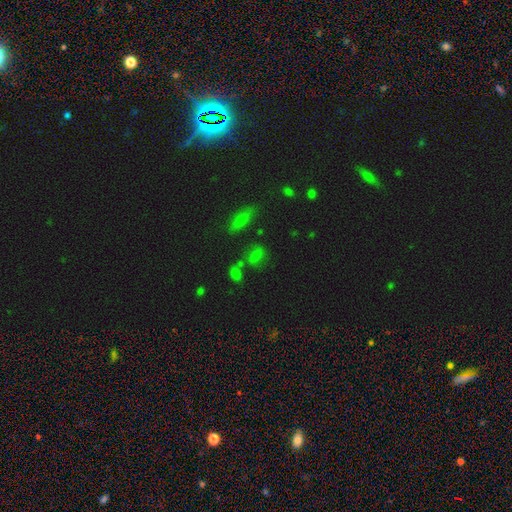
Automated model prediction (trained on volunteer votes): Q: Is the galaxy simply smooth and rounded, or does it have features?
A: smooth — 61%.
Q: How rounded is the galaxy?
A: in between — 63%.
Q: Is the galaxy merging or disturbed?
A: none — 59%.